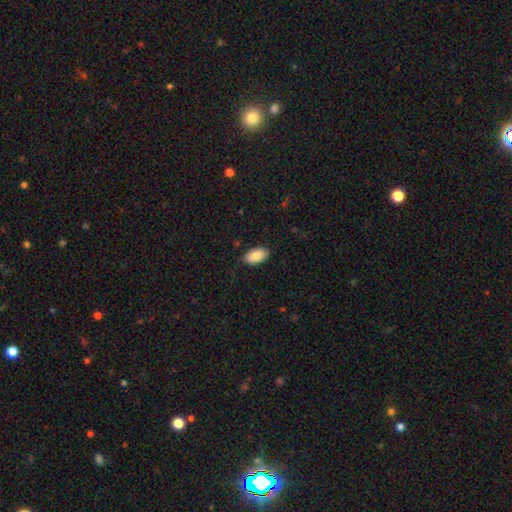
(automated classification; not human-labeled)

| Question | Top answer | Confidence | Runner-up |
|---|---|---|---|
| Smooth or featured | smooth | 85% | featured or disk (8%) |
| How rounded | in between | 94% | round (4%) |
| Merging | none | 79% | minor disturbance (17%) |